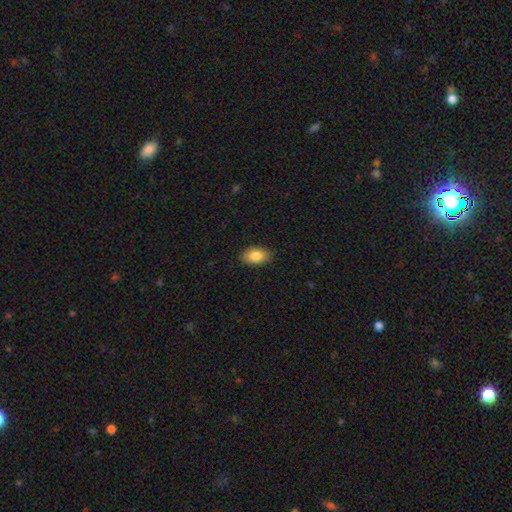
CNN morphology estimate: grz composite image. It shows a smooth galaxy with no disk features (85%) that is in between round and cigar-shaped (91%). Merging: none (87%).